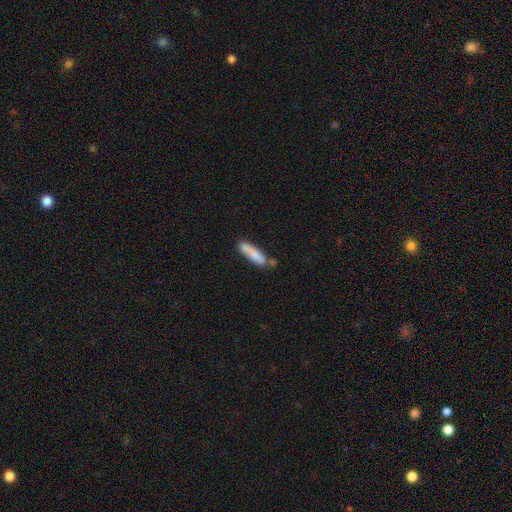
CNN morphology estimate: Q: Smooth or featured?
A: smooth (77%); runner-up: featured or disk (16%)
Q: How rounded?
A: cigar-shaped (79%); runner-up: in between (20%)
Q: Merging?
A: none (56%); runner-up: minor disturbance (21%)